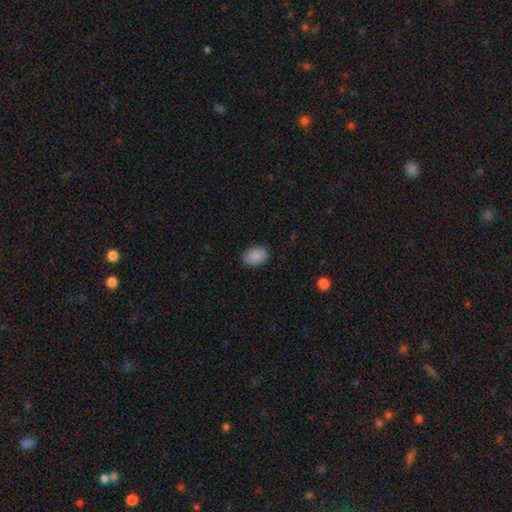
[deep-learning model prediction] Q: Smooth or featured?
A: smooth (90%); runner-up: star or artifact (7%)
Q: How rounded?
A: in between (84%); runner-up: round (15%)
Q: Merging?
A: none (86%); runner-up: minor disturbance (10%)